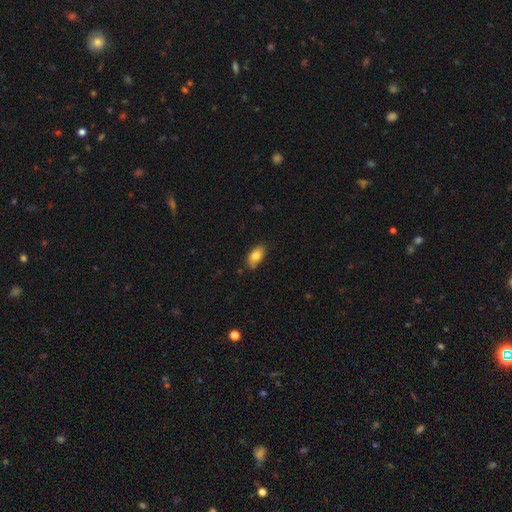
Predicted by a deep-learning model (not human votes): smooth_or_featured: smooth (p=0.81) [alt: featured or disk p=0.11]
how_rounded: in between (p=0.91) [alt: round p=0.05]
merging: none (p=0.77) [alt: minor disturbance p=0.19]